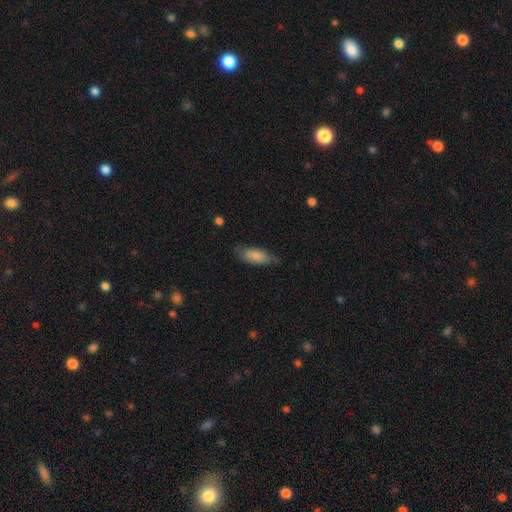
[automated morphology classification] Smooth or featured?
  - smooth: 78% *
  - featured or disk: 15%
  - star or artifact: 6%
How rounded?
  - in between: 77% *
  - cigar-shaped: 21%
  - round: 2%
Merging?
  - none: 68% *
  - minor disturbance: 24%
  - major disturbance: 6%
  - merger: 1%